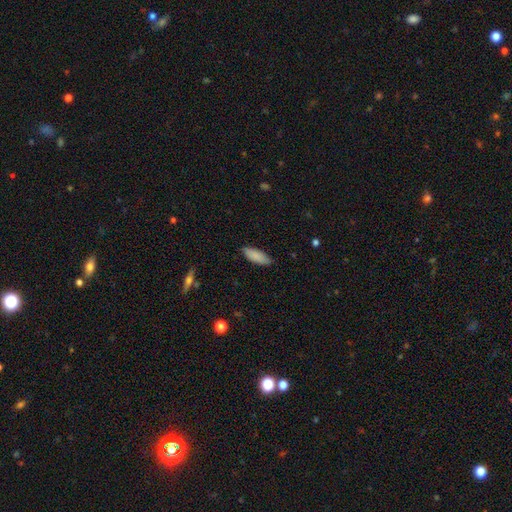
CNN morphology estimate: Smooth or featured? smooth (86%)
How rounded? in between (72%)
Merging? none (82%)